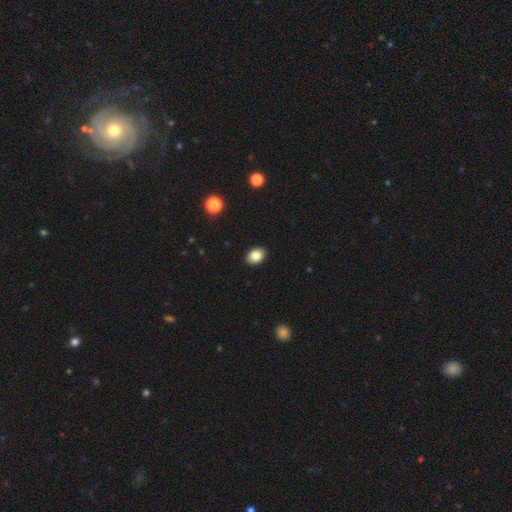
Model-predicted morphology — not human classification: smooth_or_featured: smooth (p=0.85) [alt: star or artifact p=0.09]
how_rounded: in between (p=0.74) [alt: round p=0.25]
merging: none (p=0.91) [alt: minor disturbance p=0.07]